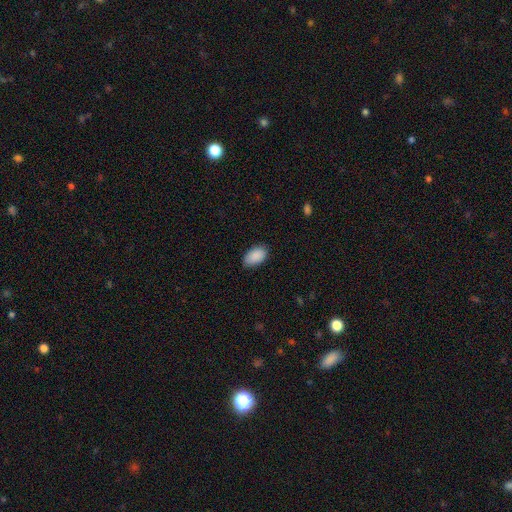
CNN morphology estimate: type=smooth (90%); roundness=in between (93%); merging=none (79%).